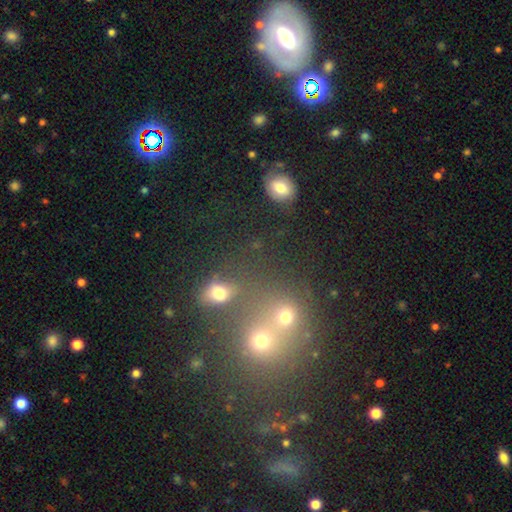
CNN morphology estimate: type=smooth (47%); merging=none (53%).